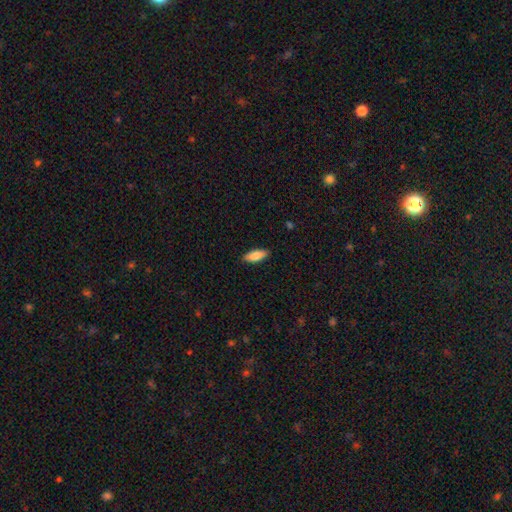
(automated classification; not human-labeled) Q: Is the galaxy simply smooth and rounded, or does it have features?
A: smooth — 84%.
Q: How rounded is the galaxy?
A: in between — 71%.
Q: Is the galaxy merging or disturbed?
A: none — 88%.